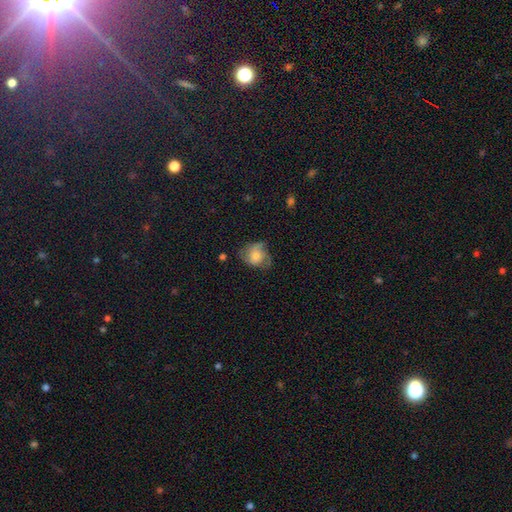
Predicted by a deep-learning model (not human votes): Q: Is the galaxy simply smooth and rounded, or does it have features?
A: smooth — 48%.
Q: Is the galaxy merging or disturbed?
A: none — 54%.